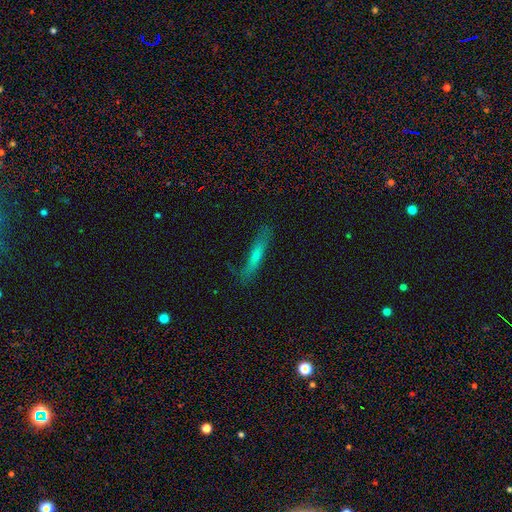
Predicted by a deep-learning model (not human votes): smooth-or-featured: smooth: 52% | featured or disk: 38% | star or artifact: 10%
  how-rounded: cigar-shaped: 90% | in between: 8% | round: 2%
  merging: none: 75% | minor disturbance: 18% | major disturbance: 5% | merger: 2%